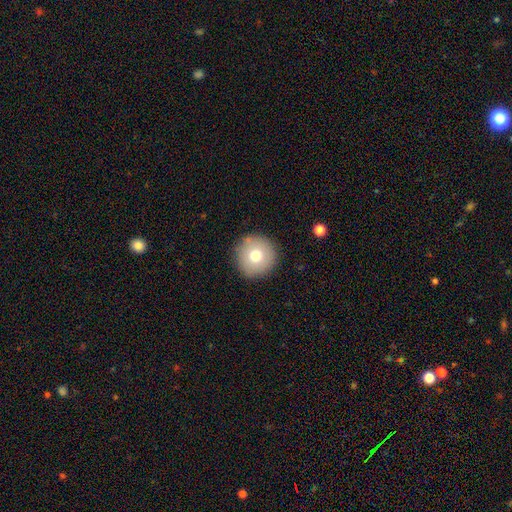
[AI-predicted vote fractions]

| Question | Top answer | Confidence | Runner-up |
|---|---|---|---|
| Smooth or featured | smooth | 74% | featured or disk (16%) |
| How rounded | round | 95% | in between (4%) |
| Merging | none | 89% | minor disturbance (7%) |